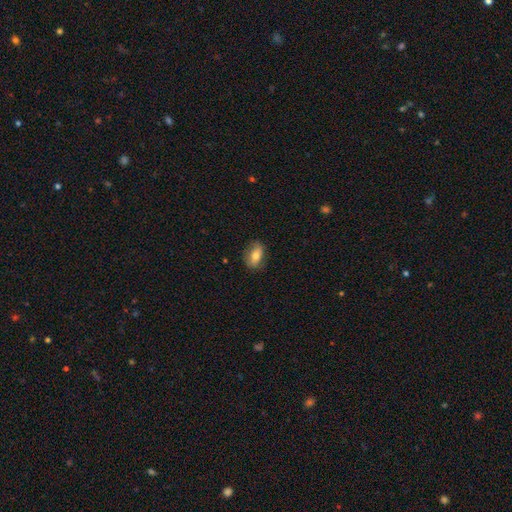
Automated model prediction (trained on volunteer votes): This appears to be a smooth galaxy with no disk features (70%) that is in between round and cigar-shaped (85%). Merging: none (79%).